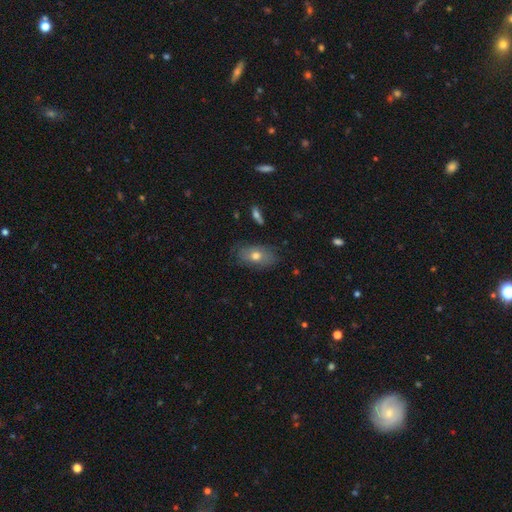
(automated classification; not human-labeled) Morphology: type=smooth (65%); roundness=in between (88%); merging=none (78%).